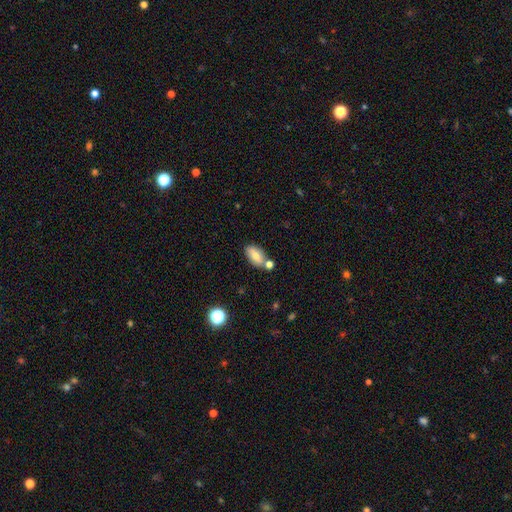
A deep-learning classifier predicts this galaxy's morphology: type=smooth (73%); roundness=in between (89%); merging=none (68%).